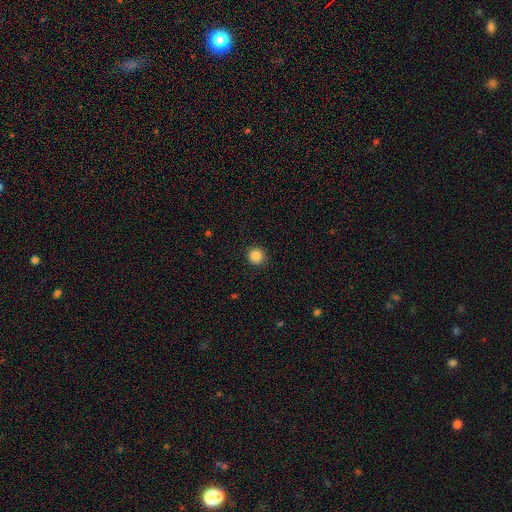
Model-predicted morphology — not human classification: smooth 86%, star or artifact 10%, featured or disk 3%. Down the decision tree: how rounded — round (94%); merging — none (91%).